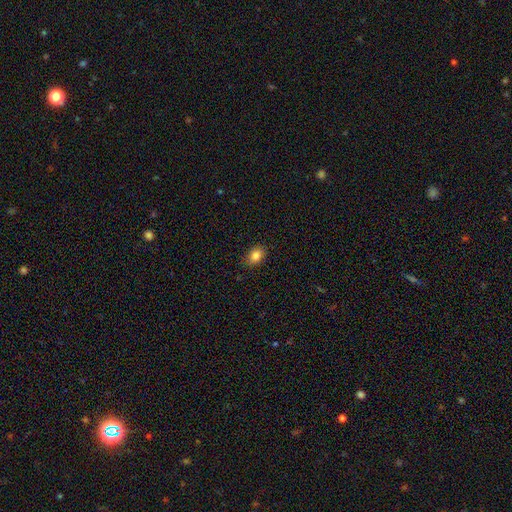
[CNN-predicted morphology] Q: Smooth or featured?
A: smooth (84%); runner-up: star or artifact (10%)
Q: How rounded?
A: in between (72%); runner-up: round (27%)
Q: Merging?
A: none (86%); runner-up: minor disturbance (11%)